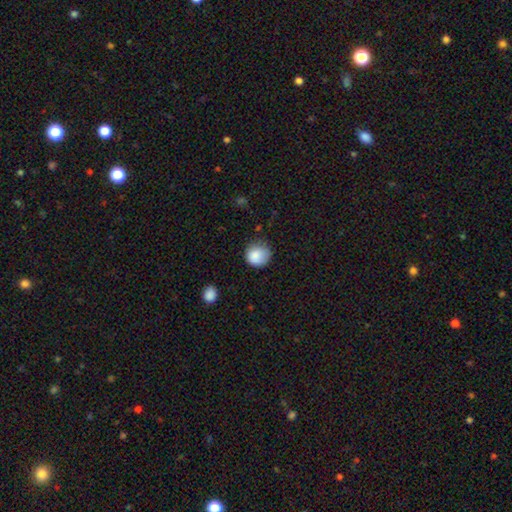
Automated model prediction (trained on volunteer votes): This is clearly a smooth galaxy (86%). How rounded: clearly round (88%). Merging: likely none (68%).